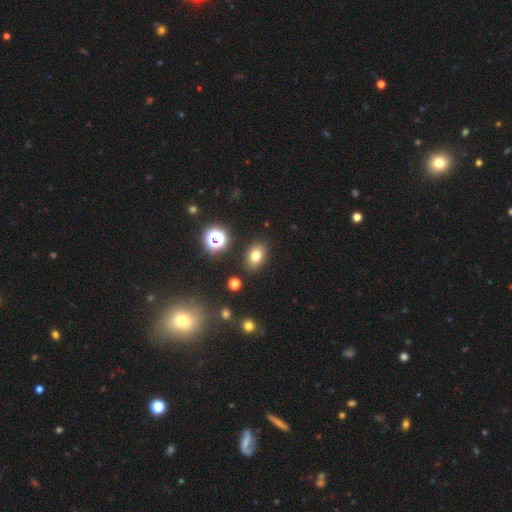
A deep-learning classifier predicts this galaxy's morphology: Smooth or featured?
  - smooth: 75% *
  - star or artifact: 15%
  - featured or disk: 10%
How rounded?
  - in between: 78% *
  - round: 21%
  - cigar-shaped: 2%
Merging?
  - none: 87% *
  - minor disturbance: 8%
  - major disturbance: 3%
  - merger: 2%